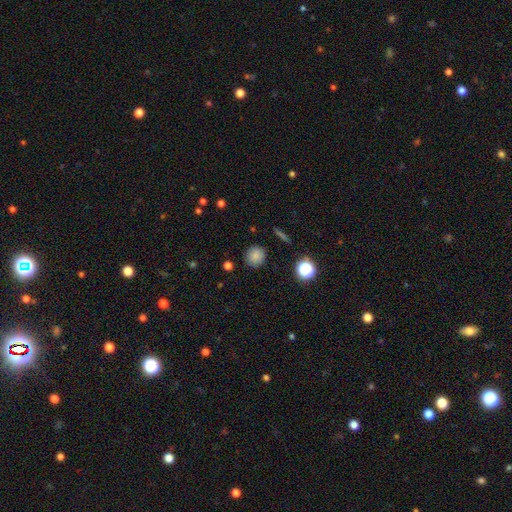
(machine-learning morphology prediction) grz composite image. It shows a smooth galaxy with no disk features (82%) that is round (89%). Merging: none (87%).